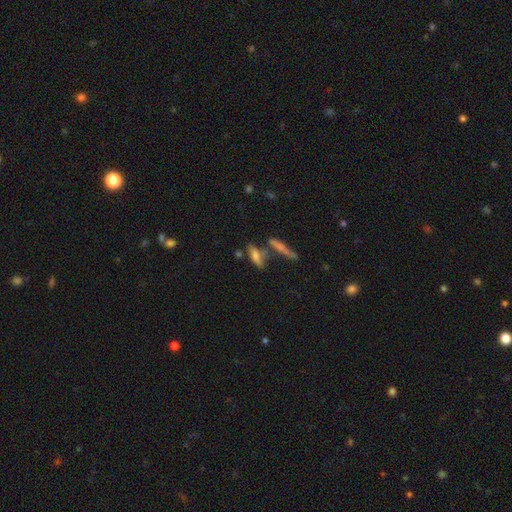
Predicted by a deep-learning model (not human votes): This is likely a smooth galaxy (62%). How rounded: possibly in between (49%). Merging: possibly none (47%).